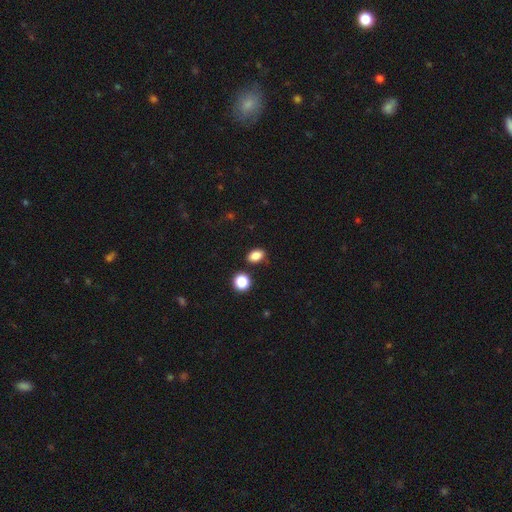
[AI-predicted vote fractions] Overall: smooth (85%). How rounded: in between (81%). Merging: none (81%).